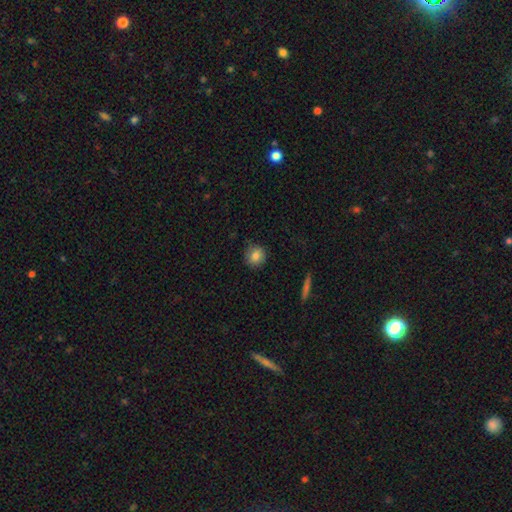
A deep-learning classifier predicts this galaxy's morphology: smooth-or-featured: smooth: 83% | star or artifact: 9% | featured or disk: 8%
  how-rounded: round: 88% | in between: 11% | cigar-shaped: 1%
  merging: none: 84% | minor disturbance: 12% | major disturbance: 2% | merger: 1%